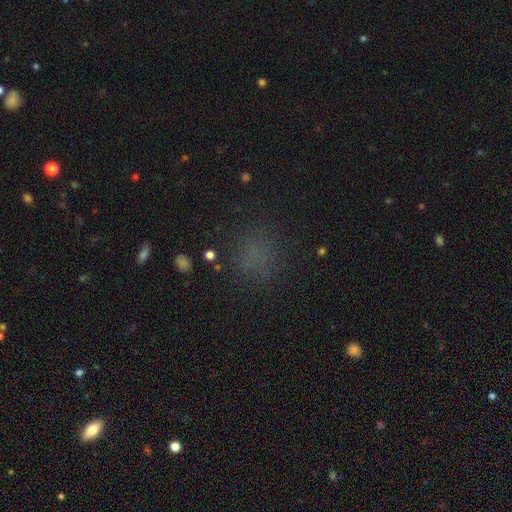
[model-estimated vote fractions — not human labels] smooth 63%, star or artifact 29%, featured or disk 8%. Down the decision tree: how rounded — round (79%); merging — none (80%).